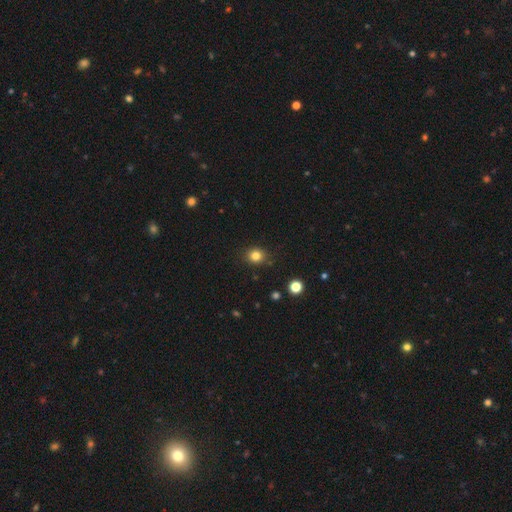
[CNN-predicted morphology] A smooth galaxy with no disk features (82%) that is round (77%). Merging: none (84%).